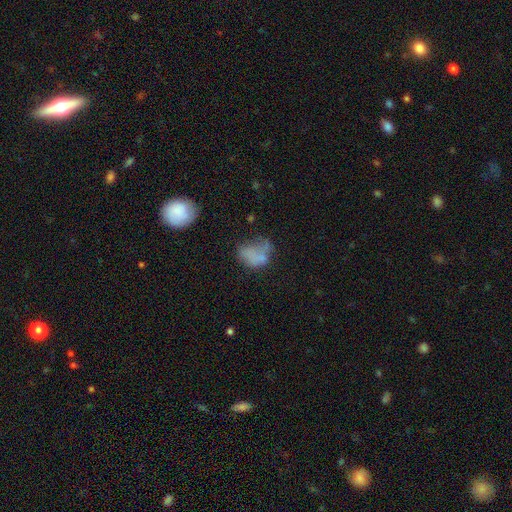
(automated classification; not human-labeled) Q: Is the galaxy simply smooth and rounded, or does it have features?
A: smooth — 61%.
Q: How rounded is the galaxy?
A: in between — 65%.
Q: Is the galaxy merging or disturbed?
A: major disturbance — 33%.